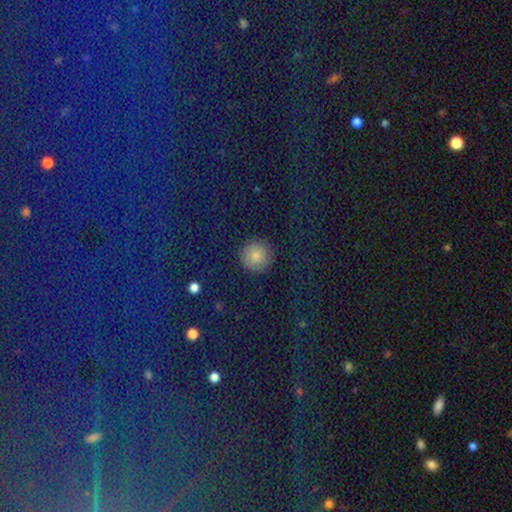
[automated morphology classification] smooth_or_featured: smooth (p=0.69) [alt: star or artifact p=0.21]
how_rounded: round (p=0.95) [alt: in between p=0.04]
merging: none (p=0.89) [alt: minor disturbance p=0.07]